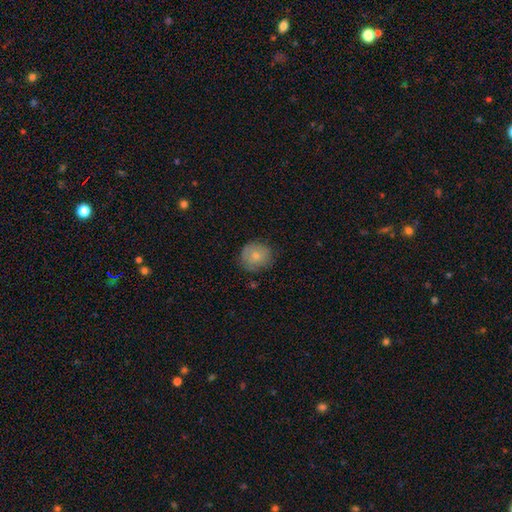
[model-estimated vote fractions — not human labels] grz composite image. It shows a smooth galaxy with no disk features (71%) that is round (85%). Merging: none (73%).